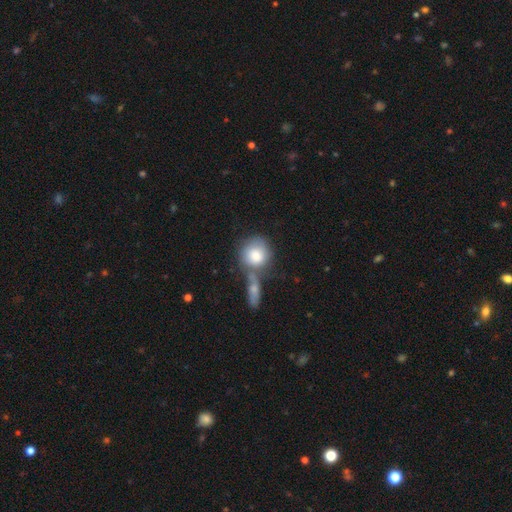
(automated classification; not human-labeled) Morphology: type=smooth (77%); roundness=round (80%); merging=none (40%).